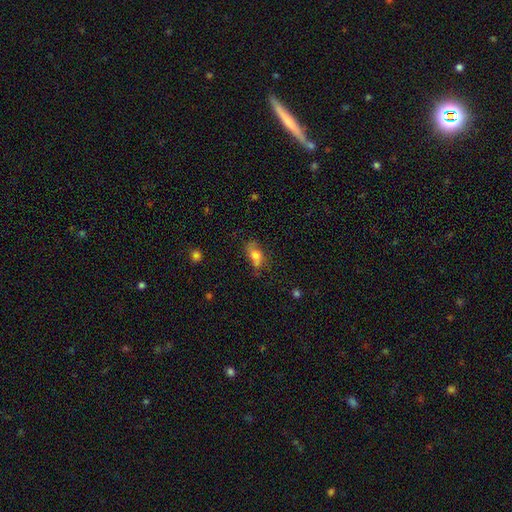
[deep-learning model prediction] smooth 65%, featured or disk 24%, star or artifact 12%. Down the decision tree: how rounded — in between (79%); merging — none (46%).